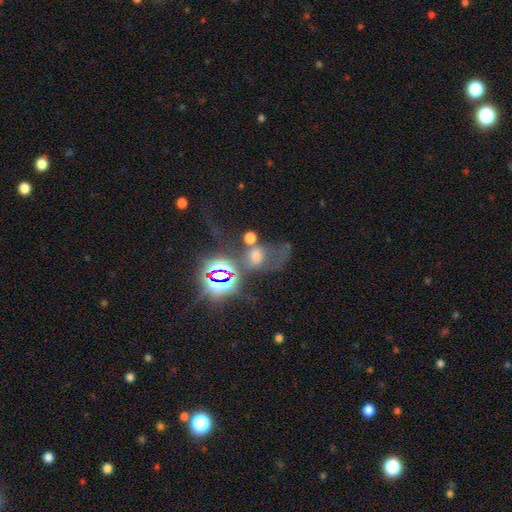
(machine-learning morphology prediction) smooth-or-featured: smooth: 39% (tied) | star or artifact: 39% (tied) | featured or disk: 22%
  merging: major disturbance: 34% | none: 29% | merger: 23% | minor disturbance: 14%